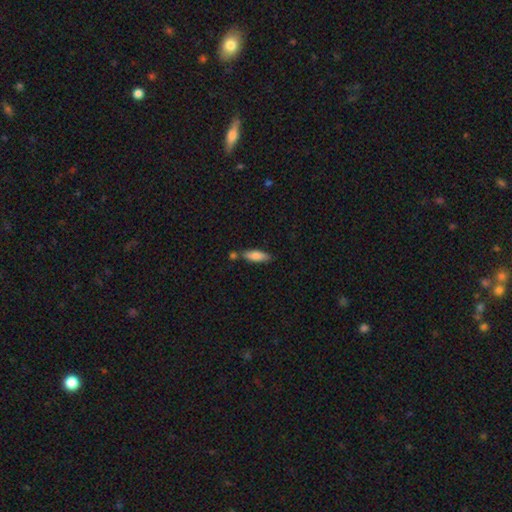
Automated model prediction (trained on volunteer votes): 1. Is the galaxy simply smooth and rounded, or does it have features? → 81% smooth, 12% featured or disk, 6% star or artifact.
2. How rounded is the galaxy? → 55% in between, 43% cigar-shaped, 2% round.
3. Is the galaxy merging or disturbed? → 71% none, 14% minor disturbance, 12% merger, 3% major disturbance.